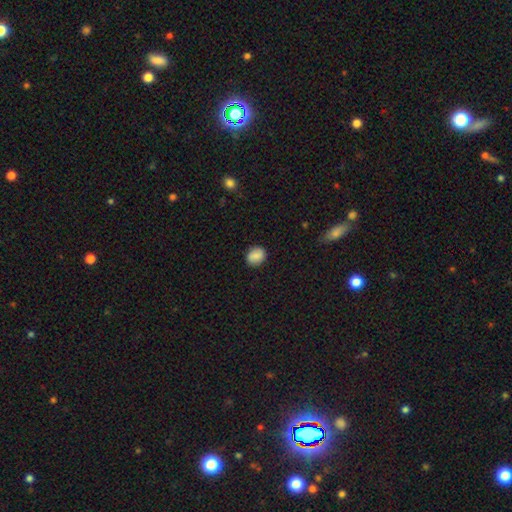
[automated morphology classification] Overall: smooth (84%). How rounded: round (62%; in between 37%). Merging: none (86%).